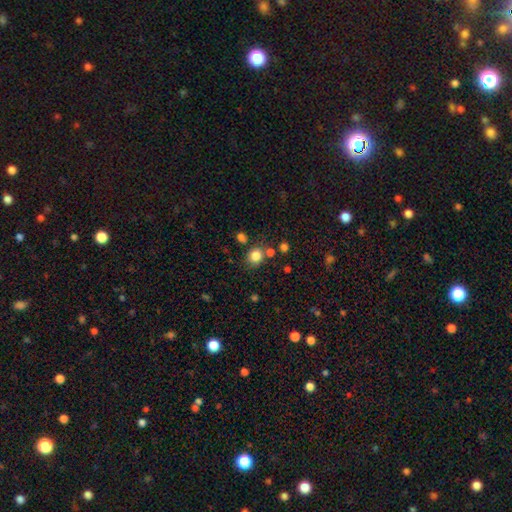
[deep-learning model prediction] smooth 83%, star or artifact 12%, featured or disk 6%. Down the decision tree: how rounded — round (76%); merging — none (73%).